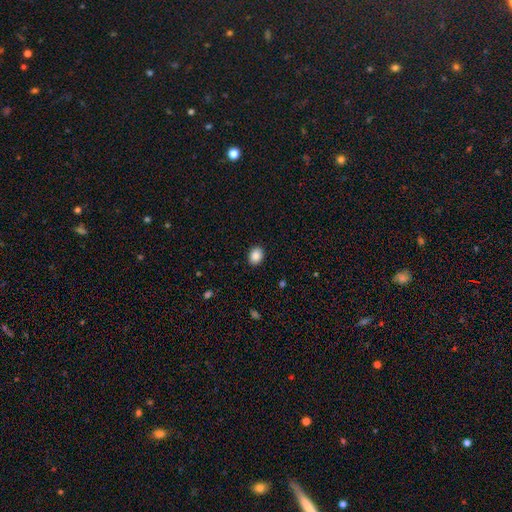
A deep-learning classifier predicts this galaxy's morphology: Smooth or featured? Predicted: smooth (p=0.88). How rounded? Predicted: in between (p=0.60). Merging? Predicted: none (p=0.90).